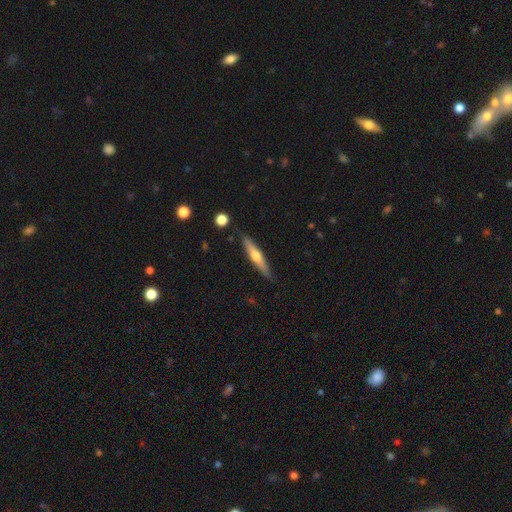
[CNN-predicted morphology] This is possibly a featured or disk galaxy (52%). It is clearly viewed edge-on (94%). Merging: clearly none (87%).